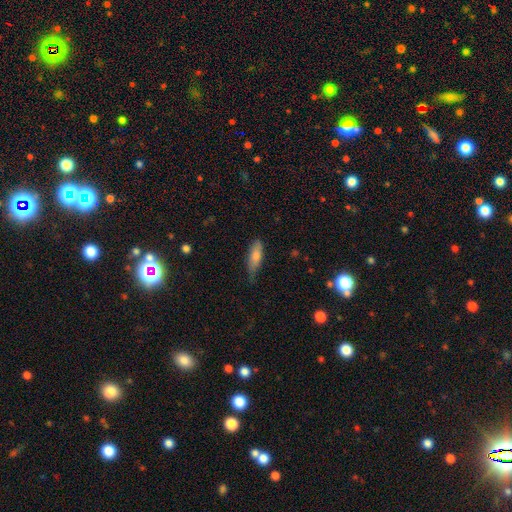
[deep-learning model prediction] smooth_or_featured: smooth (p=0.75) [alt: featured or disk p=0.18]
how_rounded: in between (p=0.52) [alt: cigar-shaped p=0.46]
merging: none (p=0.65) [alt: minor disturbance p=0.29]